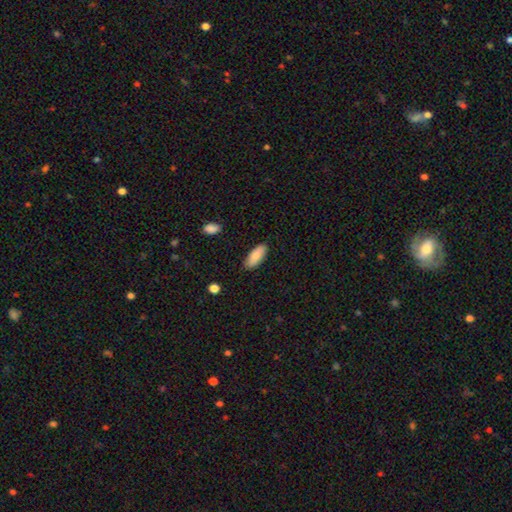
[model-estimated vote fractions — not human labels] Overall: smooth (84%). How rounded: in between (82%). Merging: none (85%).